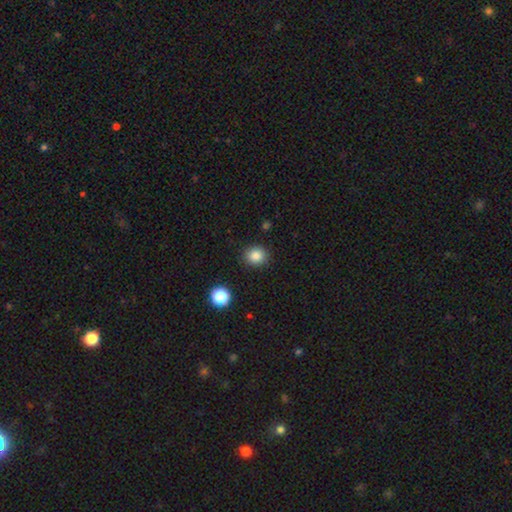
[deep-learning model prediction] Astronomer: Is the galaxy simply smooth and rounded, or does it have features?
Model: smooth — 85%.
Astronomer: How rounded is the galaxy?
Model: round — 80%.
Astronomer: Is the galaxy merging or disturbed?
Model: none — 89%.